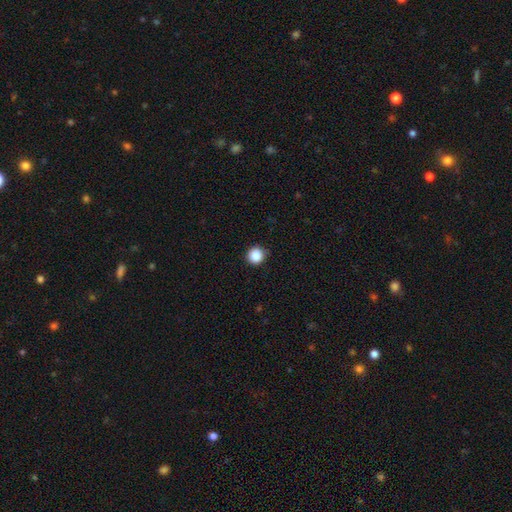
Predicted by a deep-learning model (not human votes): smooth 87%, star or artifact 10%, featured or disk 3%. Down the decision tree: how rounded — round (94%); merging — none (91%).